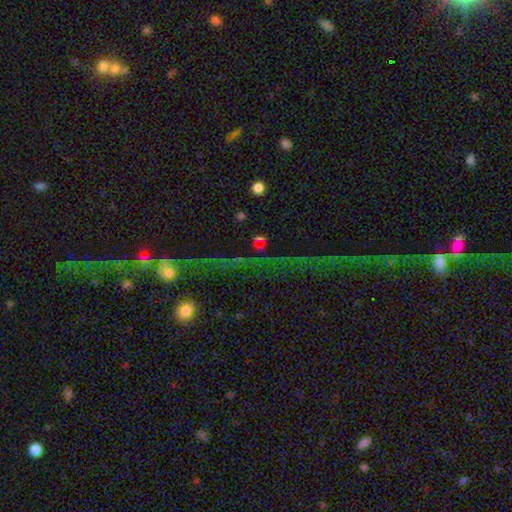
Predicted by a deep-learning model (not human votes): A star or artifact, not a galaxy (66%).

Vote fractions:
- Smooth or featured? star or artifact: 66% / featured or disk: 18% / smooth: 16%